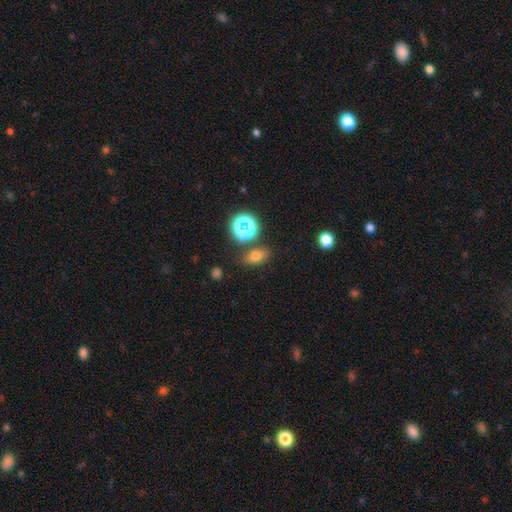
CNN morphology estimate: This appears to be a smooth galaxy with no disk features (68%) that is in between round and cigar-shaped (73%). Merging: none (79%).